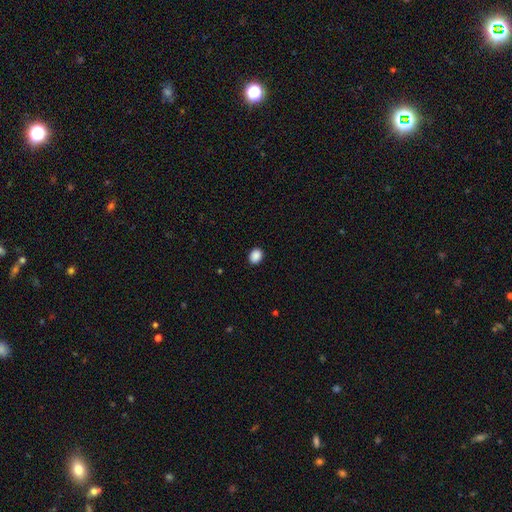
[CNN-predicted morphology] A smooth galaxy with no disk features (89%) that is in between round and cigar-shaped (52%). Merging: none (90%).